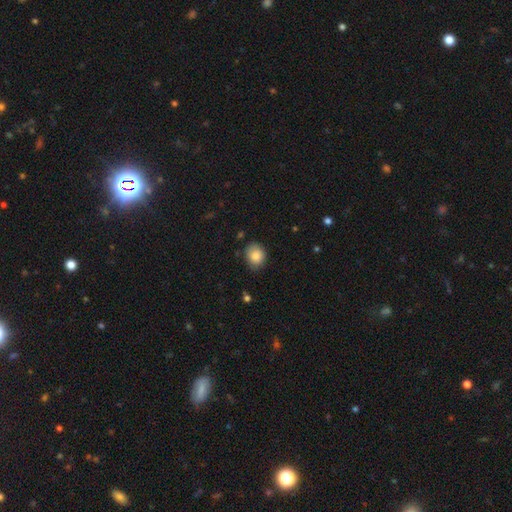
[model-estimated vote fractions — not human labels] This appears to be a smooth galaxy with no disk features (84%) that is round (61%). Merging: none (77%).